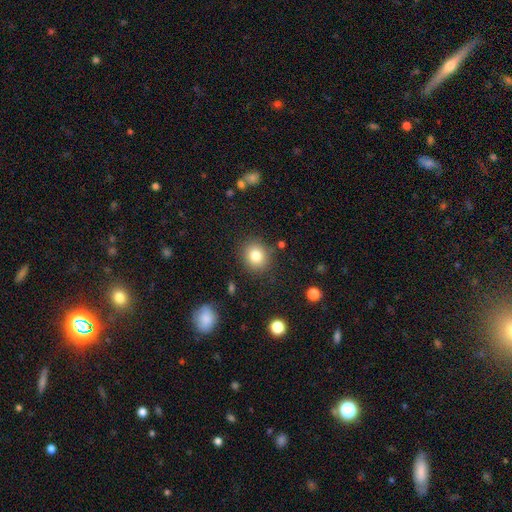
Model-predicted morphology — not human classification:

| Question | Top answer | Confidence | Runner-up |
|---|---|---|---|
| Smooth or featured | smooth | 81% | star or artifact (11%) |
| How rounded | round | 80% | in between (19%) |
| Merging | none | 86% | minor disturbance (9%) |